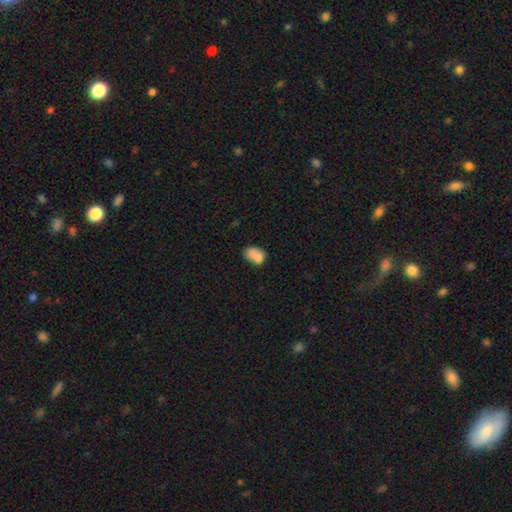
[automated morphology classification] smooth-or-featured: smooth: 73% | featured or disk: 18% | star or artifact: 9%
  how-rounded: in between: 72% | round: 27% | cigar-shaped: 1%
  merging: merger: 48% | none: 30% | minor disturbance: 15% | major disturbance: 7%